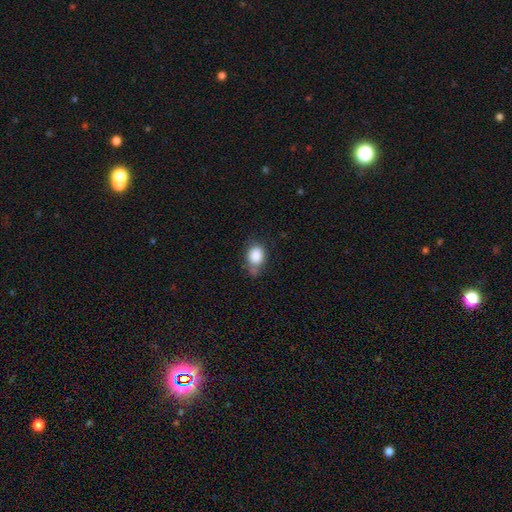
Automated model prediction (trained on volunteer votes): Smooth or featured?
  - smooth: 86% *
  - star or artifact: 9%
  - featured or disk: 5%
How rounded?
  - in between: 58% *
  - round: 40%
  - cigar-shaped: 1%
Merging?
  - none: 57% *
  - minor disturbance: 25%
  - merger: 11%
  - major disturbance: 7%